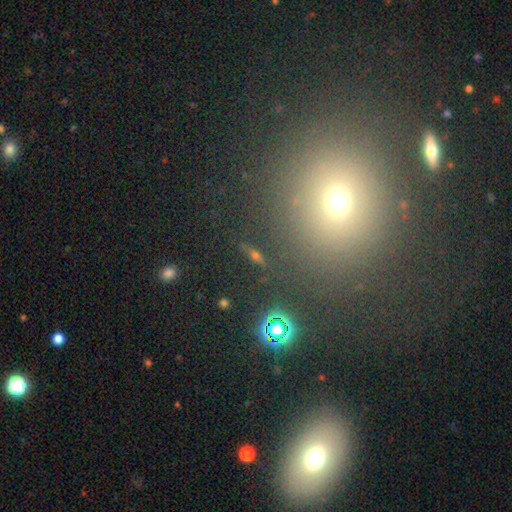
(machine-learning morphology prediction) type=smooth (45%); merging=none (83%).